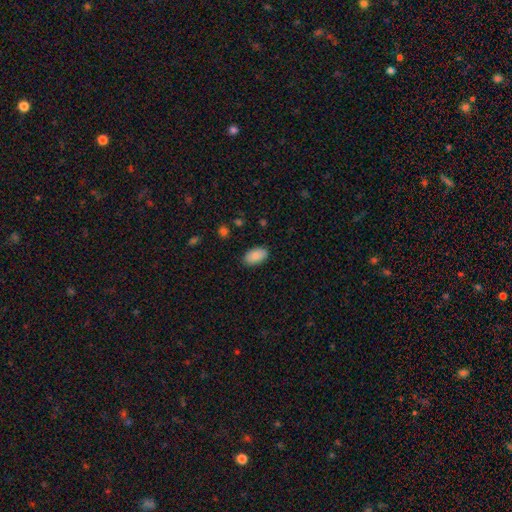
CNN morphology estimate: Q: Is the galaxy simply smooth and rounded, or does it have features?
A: smooth — 89%.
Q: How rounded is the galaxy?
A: in between — 95%.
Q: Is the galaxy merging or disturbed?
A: none — 88%.